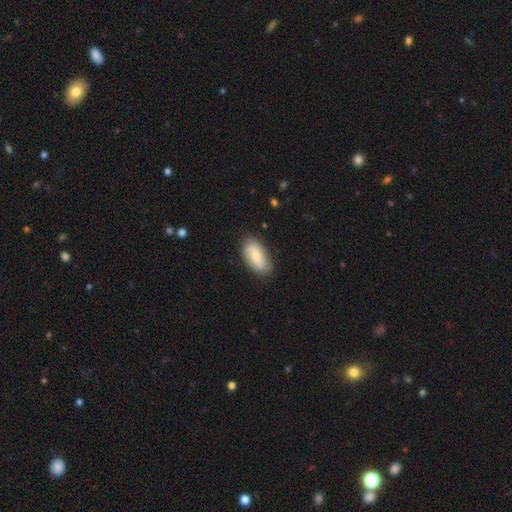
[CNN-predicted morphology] This appears to be a smooth galaxy with no disk features (68%) that is in between round and cigar-shaped (93%). Merging: none (77%).